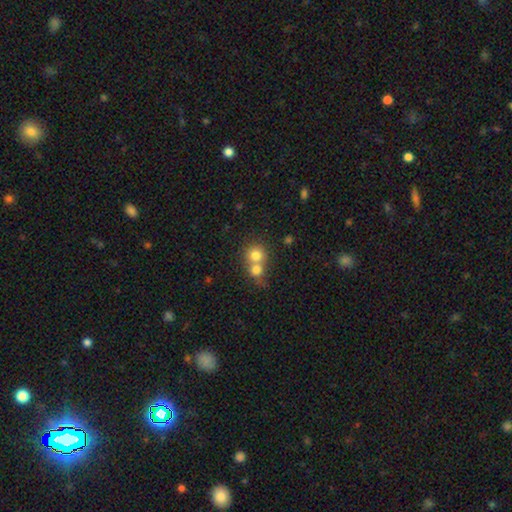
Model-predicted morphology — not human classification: This is likely a smooth galaxy (76%). How rounded: clearly round (85%). Merging: likely merger (60%).